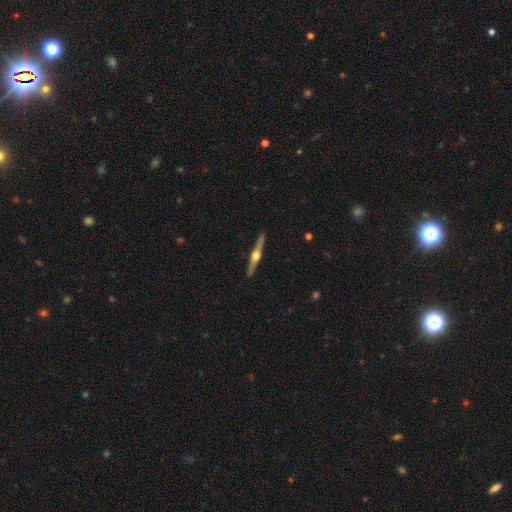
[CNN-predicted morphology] smooth_or_featured: featured or disk (p=0.79) [alt: smooth p=0.16]
disk_edge_on: yes (p=0.98) [alt: no p=0.02]
edge_on_bulge: rounded (p=0.95) [alt: boxy p=0.03]
merging: none (p=0.92) [alt: minor disturbance p=0.06]